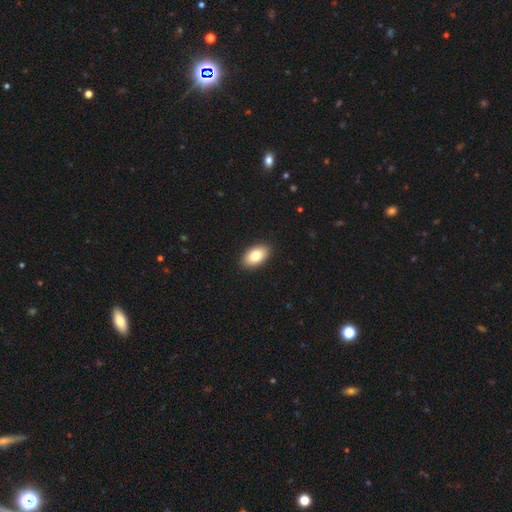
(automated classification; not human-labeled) Smooth or featured?
  - smooth: 80% *
  - featured or disk: 12%
  - star or artifact: 7%
How rounded?
  - in between: 94% *
  - round: 5%
  - cigar-shaped: 2%
Merging?
  - none: 91% *
  - minor disturbance: 7%
  - major disturbance: 2%
  - merger: 1%